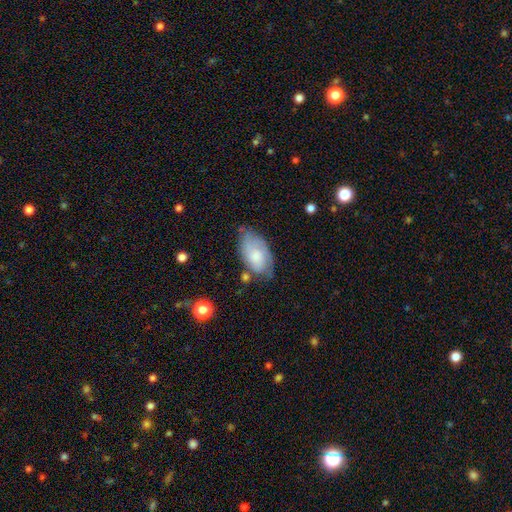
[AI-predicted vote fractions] The model was most divided on "merging": none: 53%, minor disturbance: 32%, major disturbance: 9%, merger: 5%. More confident: how rounded — in between (93%); smooth or featured — smooth (65%).